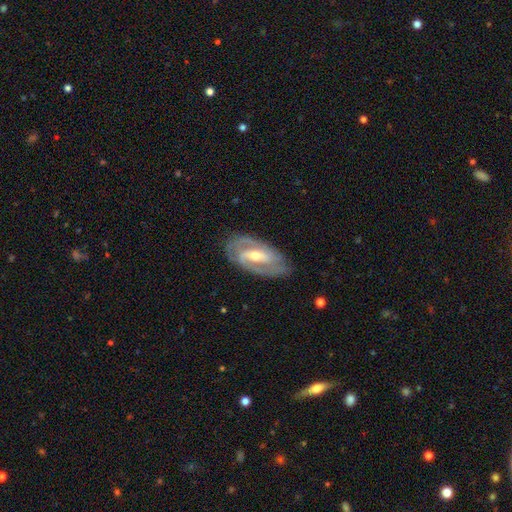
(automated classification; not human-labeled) Smooth or featured? Predicted: featured or disk (p=0.85). Edge-on disk? Predicted: no (p=0.94). Bar? Predicted: strong (p=0.45). Spiral arms? Predicted: yes (p=0.92). Spiral winding? Predicted: medium (p=0.45). Spiral arm count? Predicted: 2 (p=0.79). Bulge size? Predicted: moderate (p=0.53). Merging? Predicted: none (p=0.80).